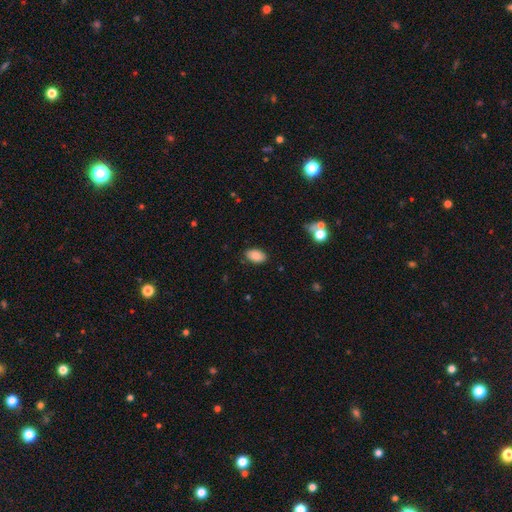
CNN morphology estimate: The model was most divided on "merging": none: 85%, minor disturbance: 11%, major disturbance: 2%, merger: 1%. More confident: how rounded — in between (92%); smooth or featured — smooth (85%).